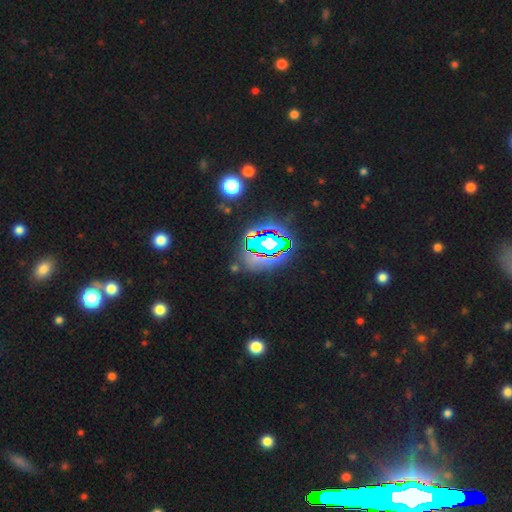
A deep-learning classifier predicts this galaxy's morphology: A star or artifact, not a galaxy (72%).